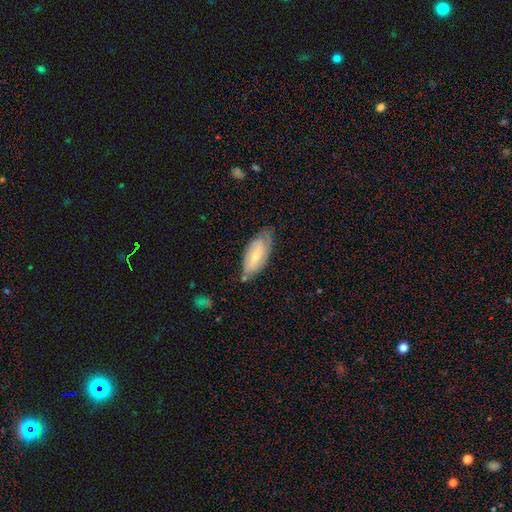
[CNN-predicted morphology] type=smooth (49%); merging=none (57%).